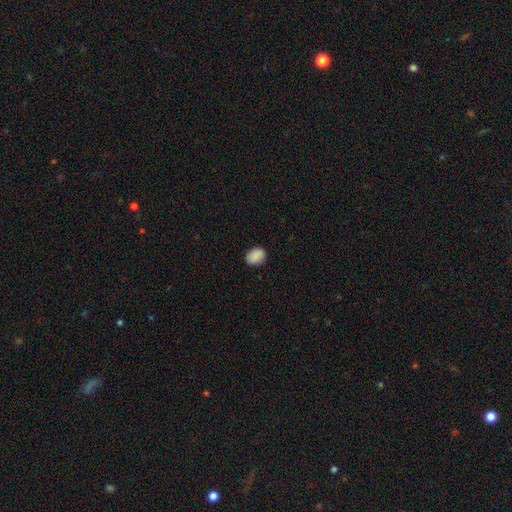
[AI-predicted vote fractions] smooth-or-featured: smooth: 89% | star or artifact: 8% | featured or disk: 4%
  how-rounded: in between: 69% | round: 29% | cigar-shaped: 1%
  merging: none: 85% | minor disturbance: 11% | major disturbance: 2% | merger: 1%